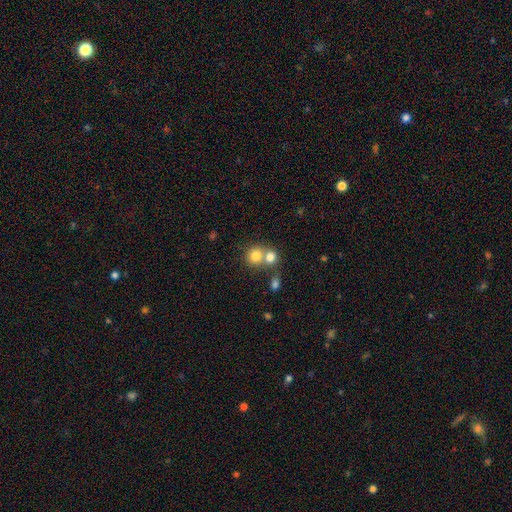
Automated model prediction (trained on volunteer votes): smooth_or_featured: smooth (p=0.78) [alt: featured or disk p=0.11]
how_rounded: round (p=0.81) [alt: in between p=0.18]
merging: merger (p=0.53) [alt: none p=0.38]